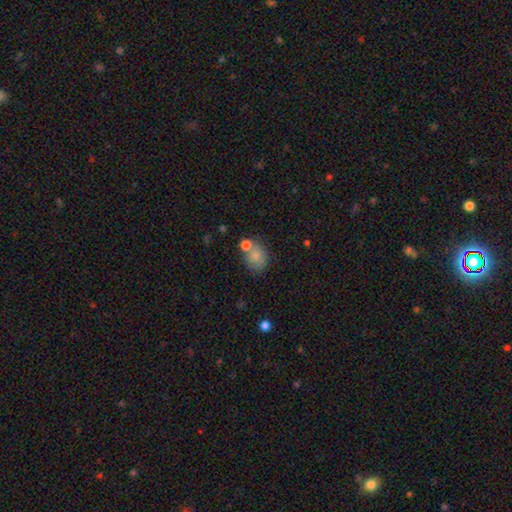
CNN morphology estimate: smooth 78%, featured or disk 13%, star or artifact 10%. Down the decision tree: how rounded — round (54%); merging — none (52%).